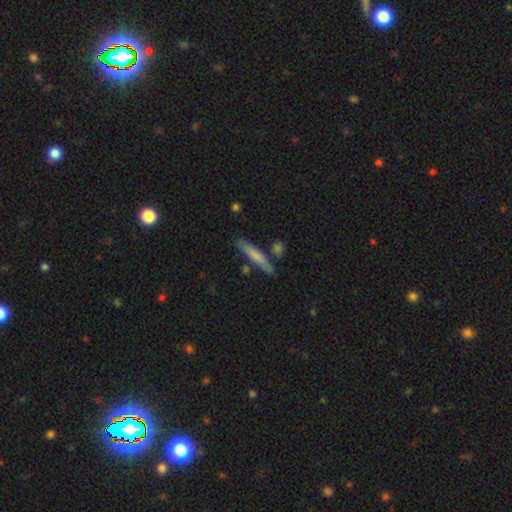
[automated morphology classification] smooth 67%, featured or disk 27%, star or artifact 6%. Down the decision tree: how rounded — cigar-shaped (92%); merging — none (78%).